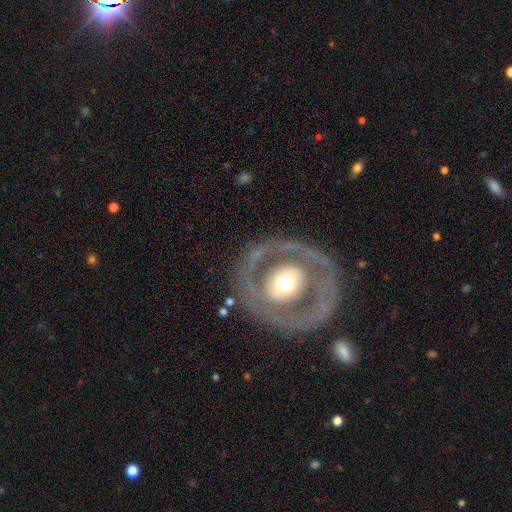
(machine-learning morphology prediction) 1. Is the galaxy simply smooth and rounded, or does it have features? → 72% featured or disk, 23% smooth, 5% star or artifact.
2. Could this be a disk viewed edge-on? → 95% no, 5% yes.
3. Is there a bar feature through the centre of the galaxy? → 73% no, 17% weak, 10% strong.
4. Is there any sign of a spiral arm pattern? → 67% no, 33% yes.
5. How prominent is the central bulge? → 58% moderate, 31% large, 6% small, 3% dominant, 1% none.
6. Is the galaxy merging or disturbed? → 76% none, 13% minor disturbance, 9% major disturbance, 2% merger.